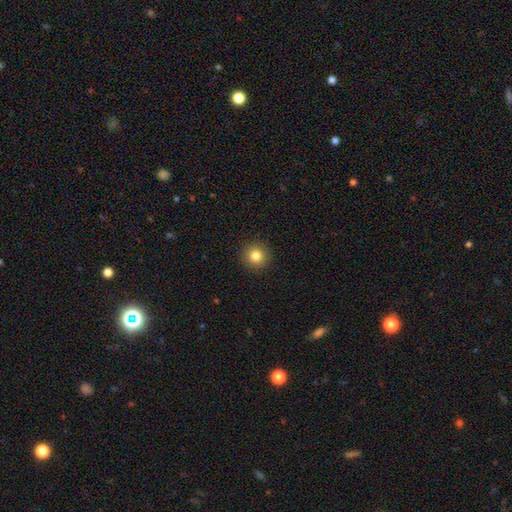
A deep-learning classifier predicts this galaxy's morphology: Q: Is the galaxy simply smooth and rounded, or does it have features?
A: smooth — 82%.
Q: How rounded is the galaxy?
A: round — 94%.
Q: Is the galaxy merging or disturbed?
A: none — 92%.